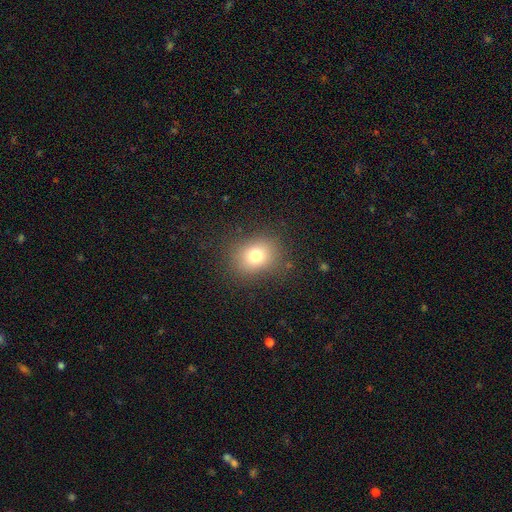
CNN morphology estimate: Overall: smooth (75%). How rounded: round (57%; in between 42%). Merging: none (84%).